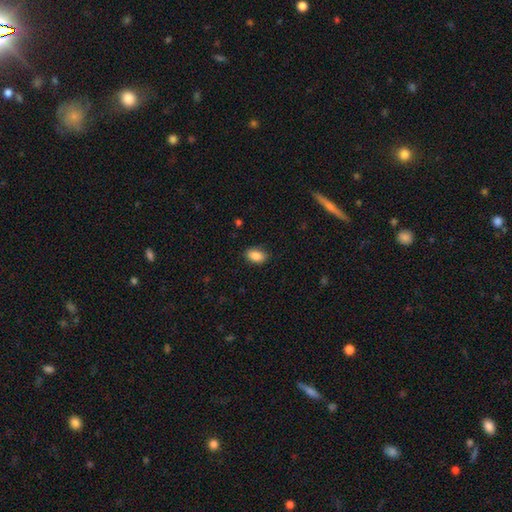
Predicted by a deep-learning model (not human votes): Smooth or featured: smooth — 87% (star or artifact — 8%)
How rounded: in between — 88% (round — 10%)
Merging: none — 86% (minor disturbance — 10%)